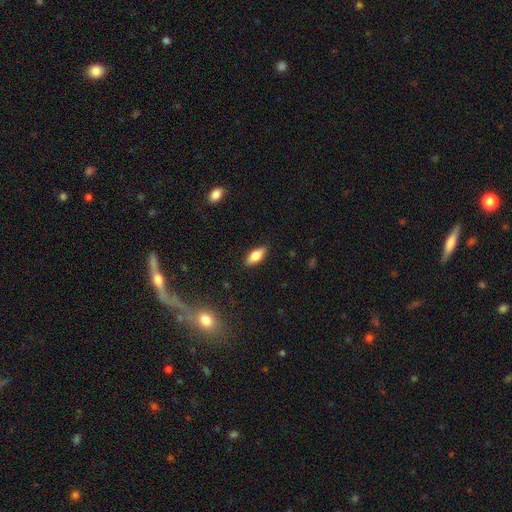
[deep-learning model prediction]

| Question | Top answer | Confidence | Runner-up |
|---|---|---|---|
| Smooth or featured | smooth | 73% | featured or disk (20%) |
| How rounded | in between | 80% | cigar-shaped (17%) |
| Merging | none | 88% | minor disturbance (9%) |